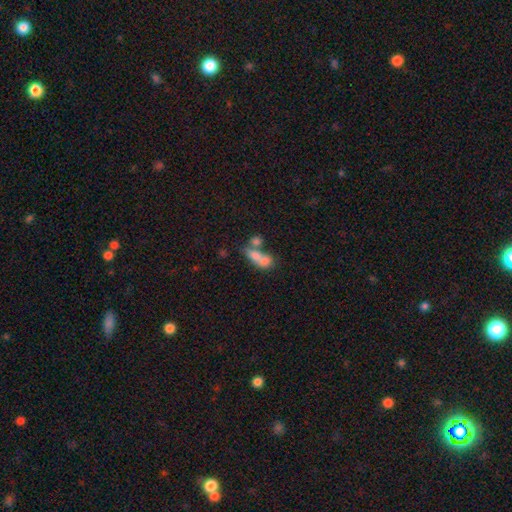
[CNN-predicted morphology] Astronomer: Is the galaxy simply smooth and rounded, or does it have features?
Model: smooth — 67%.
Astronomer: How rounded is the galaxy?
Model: in between — 73%.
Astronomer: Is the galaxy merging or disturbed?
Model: merger — 60%.